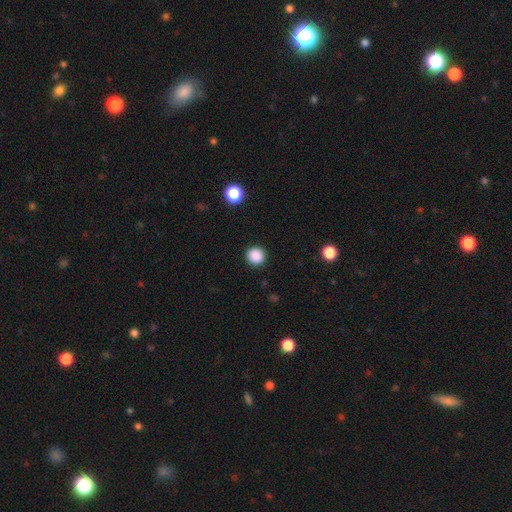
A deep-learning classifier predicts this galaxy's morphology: A smooth galaxy with no disk features (87%) that is round (95%).

Vote fractions:
- Smooth or featured? smooth: 87% / star or artifact: 10% / featured or disk: 2%
- How rounded? round: 95% / in between: 4% / cigar-shaped: 1%
- Merging? none: 92% / minor disturbance: 5% / major disturbance: 2% / merger: 1%